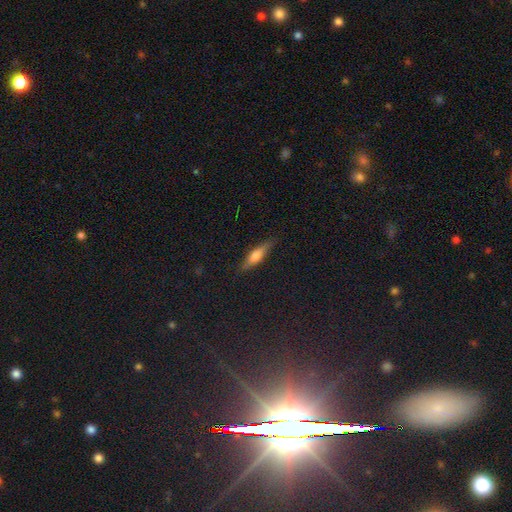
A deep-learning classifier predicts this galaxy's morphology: smooth-or-featured: smooth: 51% | featured or disk: 41% | star or artifact: 8%
  how-rounded: cigar-shaped: 68% | in between: 29% | round: 3%
  merging: none: 84% | minor disturbance: 13% | major disturbance: 3% | merger: 1%